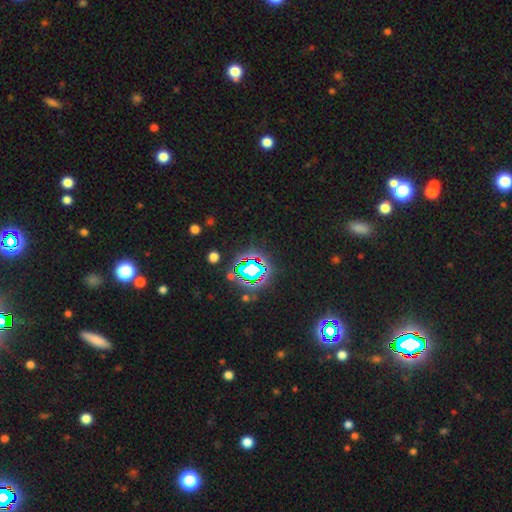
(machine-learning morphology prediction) A star or artifact, not a galaxy (81%).

Vote fractions:
- Smooth or featured? star or artifact: 81% / smooth: 12% / featured or disk: 7%